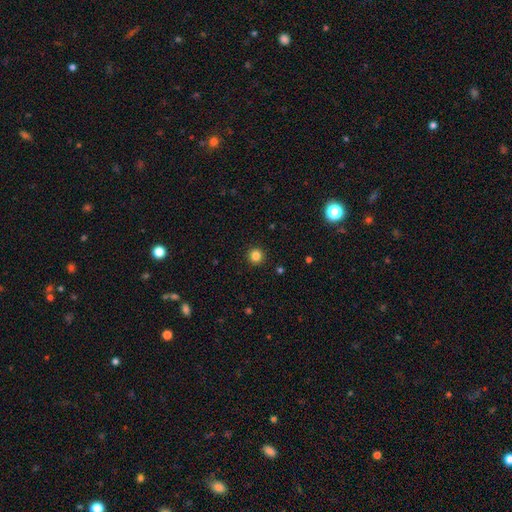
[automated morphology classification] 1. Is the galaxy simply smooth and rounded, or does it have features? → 84% smooth, 12% star or artifact, 4% featured or disk.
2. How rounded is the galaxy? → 96% round, 3% in between, 1% cigar-shaped.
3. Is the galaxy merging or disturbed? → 93% none, 4% minor disturbance, 2% major disturbance, 1% merger.